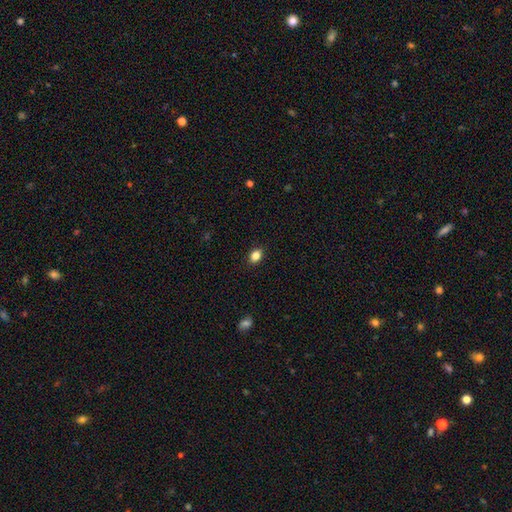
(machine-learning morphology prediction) A smooth galaxy with no disk features (85%) that is in between round and cigar-shaped (75%).

Vote fractions:
- Smooth or featured? smooth: 85% / star or artifact: 10% / featured or disk: 5%
- How rounded? in between: 75% / round: 23% / cigar-shaped: 2%
- Merging? none: 89% / minor disturbance: 8% / major disturbance: 2% / merger: 1%